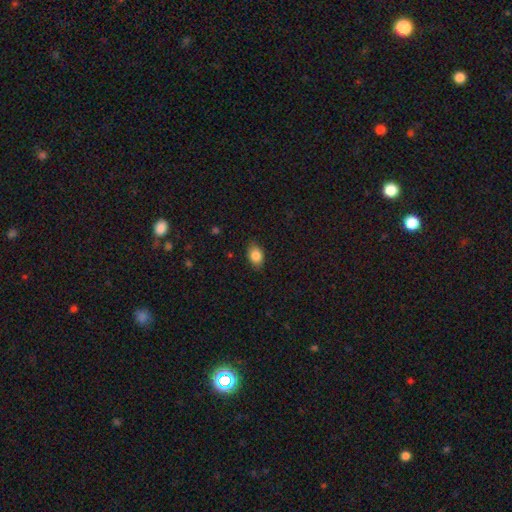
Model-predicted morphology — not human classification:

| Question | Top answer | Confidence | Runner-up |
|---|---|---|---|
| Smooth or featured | smooth | 85% | star or artifact (8%) |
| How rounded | in between | 78% | round (20%) |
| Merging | none | 83% | minor disturbance (13%) |